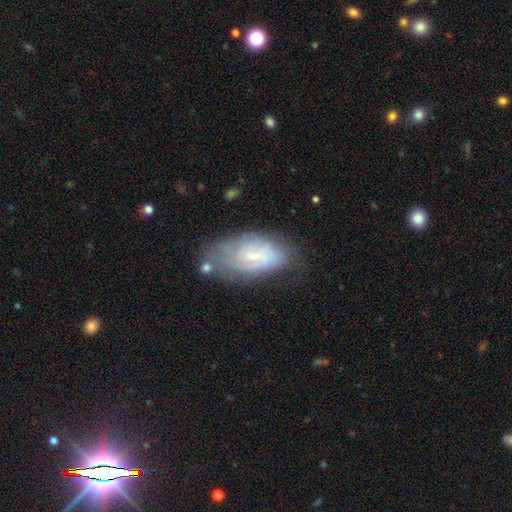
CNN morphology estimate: featured or disk 62%, smooth 30%, star or artifact 8%. Down the decision tree: edge-on disk — no (94%); bar — weak (51%); spiral arms — yes (79%); bulge size — small (58%); merging — none (53%).